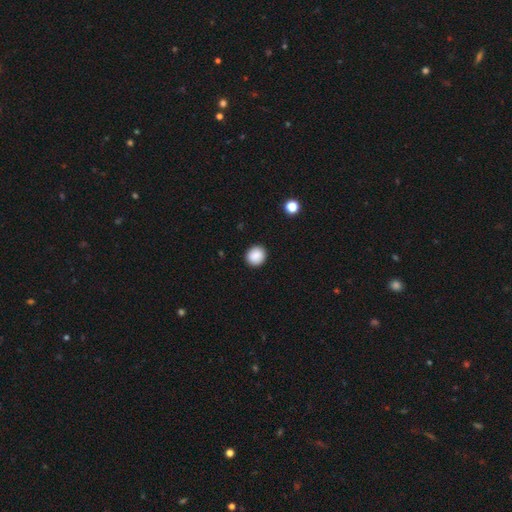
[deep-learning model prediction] smooth-or-featured: smooth: 88% | star or artifact: 9% | featured or disk: 3%
  how-rounded: round: 87% | in between: 13% | cigar-shaped: 1%
  merging: none: 91% | minor disturbance: 6% | major disturbance: 2% | merger: 1%